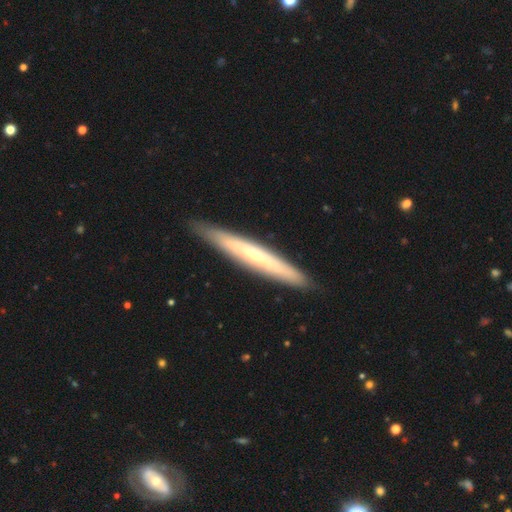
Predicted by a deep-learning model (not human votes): Morphology: type=featured or disk (50%); edge-on=yes (88%); merging=none (89%).